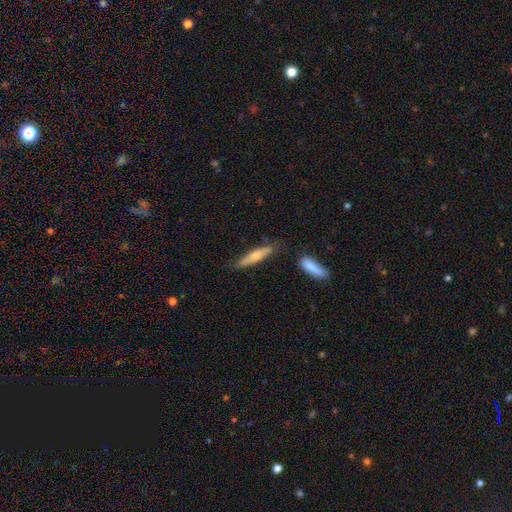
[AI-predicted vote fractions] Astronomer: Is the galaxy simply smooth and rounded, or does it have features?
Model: smooth — 57% (runner-up: featured or disk, 38%).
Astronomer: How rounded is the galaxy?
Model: cigar-shaped — 86%.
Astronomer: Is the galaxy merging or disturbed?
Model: none — 76%.